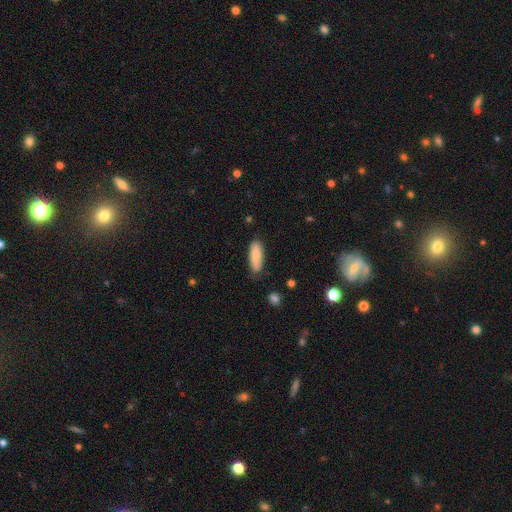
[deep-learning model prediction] smooth-or-featured: smooth: 88% | featured or disk: 6% | star or artifact: 6%
  how-rounded: in between: 67% | cigar-shaped: 31% | round: 2%
  merging: none: 80% | minor disturbance: 16% | major disturbance: 3% | merger: 2%